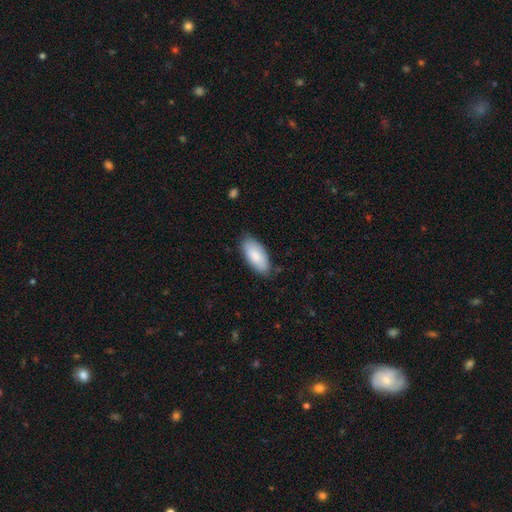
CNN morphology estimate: Smooth or featured?
  - smooth: 85% *
  - featured or disk: 9%
  - star or artifact: 5%
How rounded?
  - in between: 90% *
  - cigar-shaped: 9%
  - round: 2%
Merging?
  - none: 80% *
  - minor disturbance: 16%
  - major disturbance: 3%
  - merger: 1%